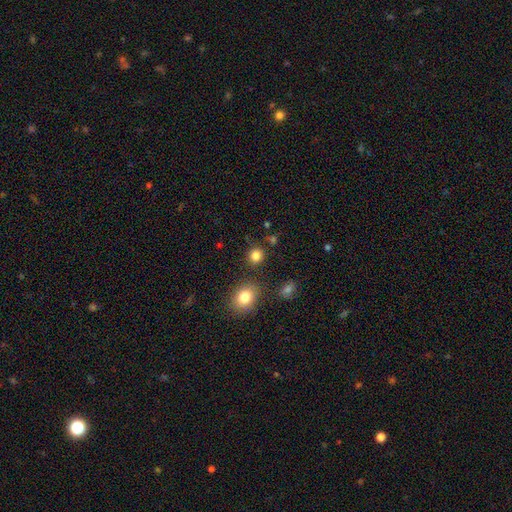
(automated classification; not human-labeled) Overall: smooth (84%). How rounded: round (85%). Merging: none (85%).